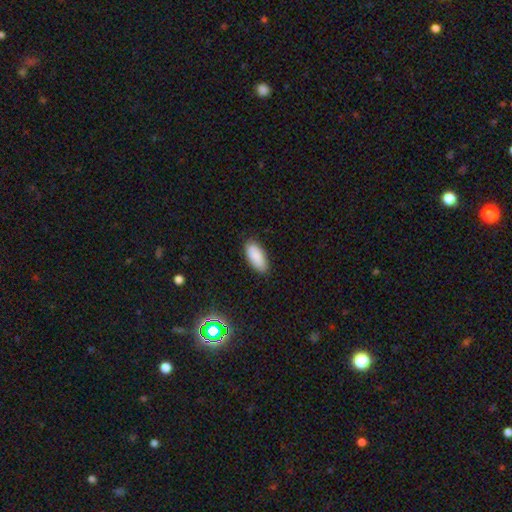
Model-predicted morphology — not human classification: Smooth or featured? Predicted: smooth (p=0.86). How rounded? Predicted: in between (p=0.88). Merging? Predicted: none (p=0.84).